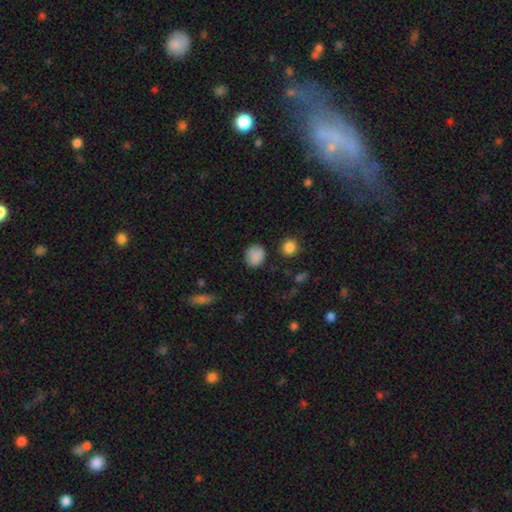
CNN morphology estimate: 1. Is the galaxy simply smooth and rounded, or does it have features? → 83% smooth, 11% star or artifact, 6% featured or disk.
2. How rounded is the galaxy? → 58% round, 41% in between, 1% cigar-shaped.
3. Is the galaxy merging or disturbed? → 75% none, 18% minor disturbance, 5% major disturbance, 3% merger.